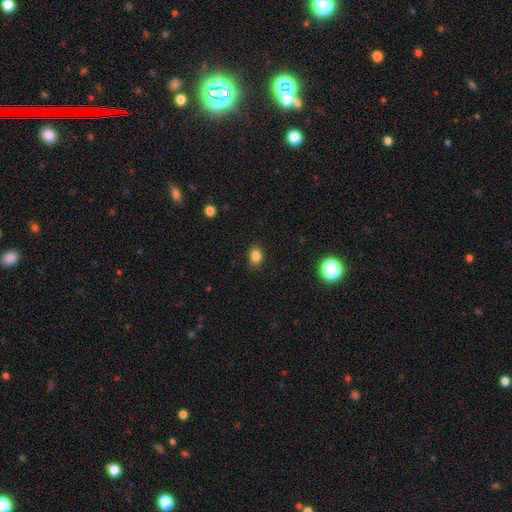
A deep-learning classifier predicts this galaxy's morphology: smooth-or-featured: smooth: 83% | star or artifact: 12% | featured or disk: 5%
  how-rounded: in between: 72% | round: 27% | cigar-shaped: 1%
  merging: none: 85% | minor disturbance: 12% | major disturbance: 3% | merger: 1%